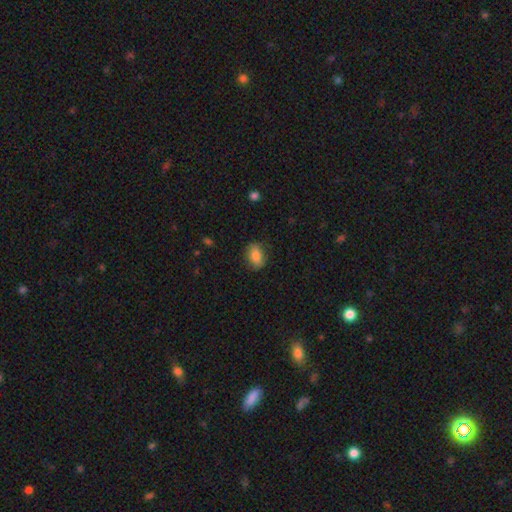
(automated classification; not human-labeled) A smooth galaxy with no disk features (83%) that is in between round and cigar-shaped (82%).

Vote fractions:
- Smooth or featured? smooth: 83% / featured or disk: 9% / star or artifact: 8%
- How rounded? in between: 82% / round: 16% / cigar-shaped: 2%
- Merging? none: 81% / minor disturbance: 15% / major disturbance: 4% / merger: 1%